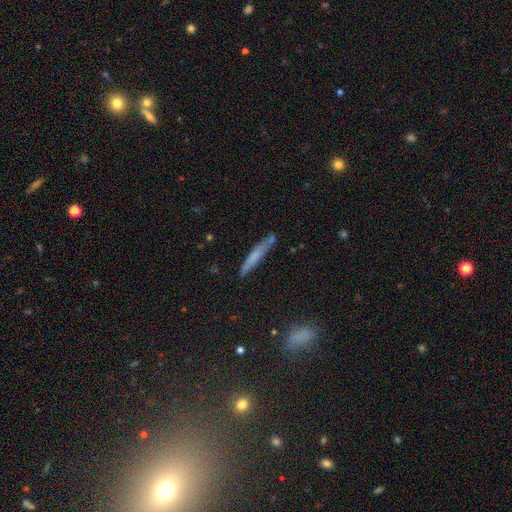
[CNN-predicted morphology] This is likely a smooth galaxy (60%). How rounded: clearly cigar-shaped (93%). Merging: likely none (75%).